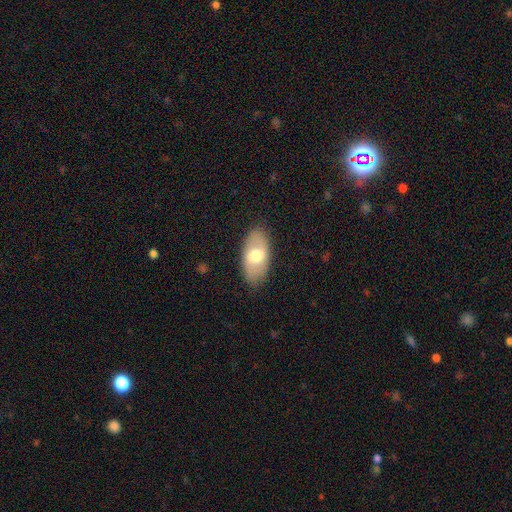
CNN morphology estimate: The model was most divided on "smooth or featured": smooth: 60%, featured or disk: 34%, star or artifact: 6%. More confident: how rounded — in between (92%); merging — none (85%).